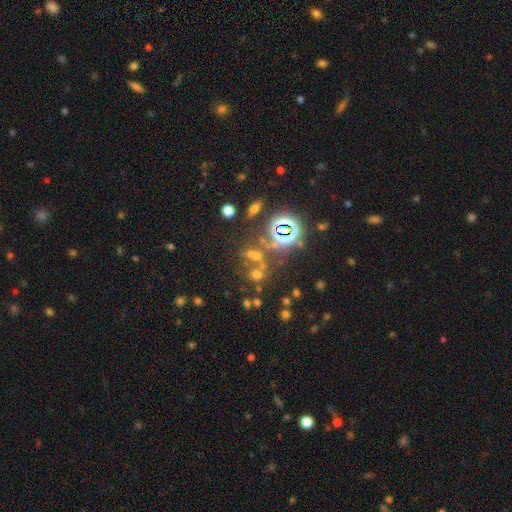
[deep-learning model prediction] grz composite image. It shows a star or artifact, not a galaxy (52%).